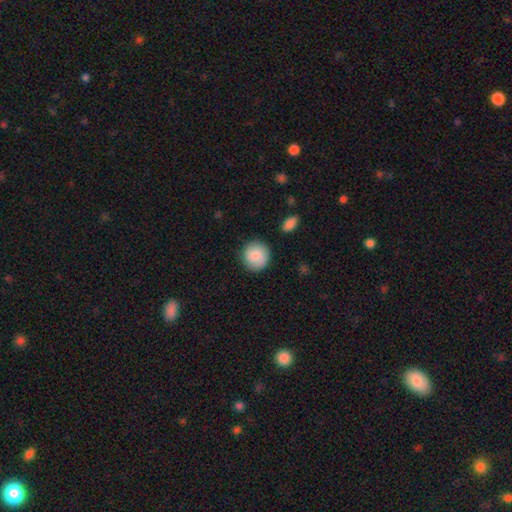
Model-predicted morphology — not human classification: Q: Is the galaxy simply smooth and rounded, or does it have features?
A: smooth — 82%.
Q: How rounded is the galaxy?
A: round — 91%.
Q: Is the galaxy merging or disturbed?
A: none — 85%.